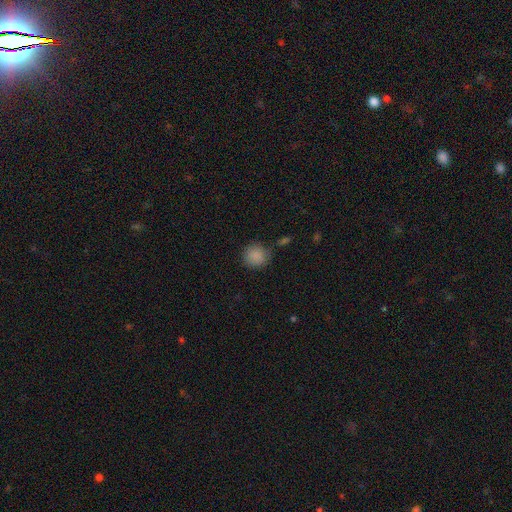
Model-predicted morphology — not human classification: Smooth or featured? smooth (86%)
How rounded? round (88%)
Merging? none (77%)